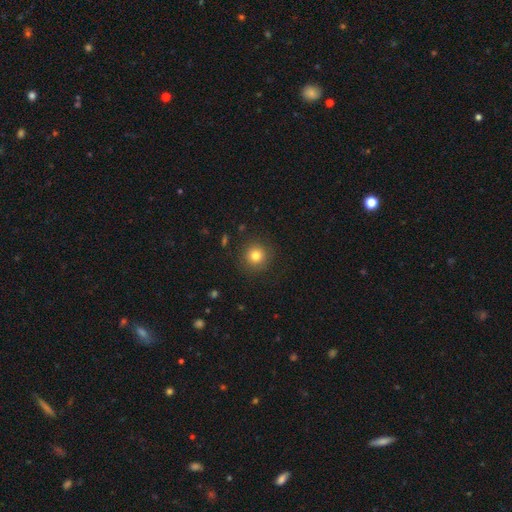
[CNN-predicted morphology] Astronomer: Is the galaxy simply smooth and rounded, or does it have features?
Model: smooth — 80%.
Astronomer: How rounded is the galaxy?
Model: round — 94%.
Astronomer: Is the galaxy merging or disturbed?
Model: none — 90%.